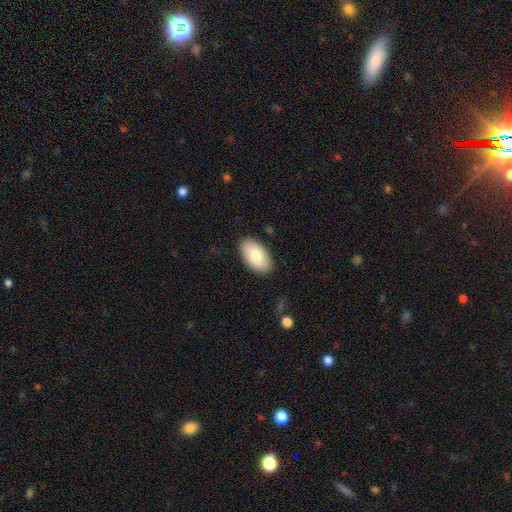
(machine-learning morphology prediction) Smooth or featured: smooth — 80% (featured or disk — 14%)
How rounded: in between — 95% (round — 3%)
Merging: none — 87% (minor disturbance — 10%)